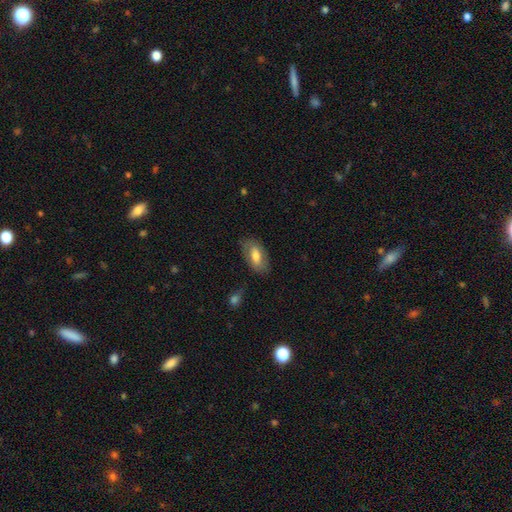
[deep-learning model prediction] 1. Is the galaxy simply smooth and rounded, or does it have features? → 63% smooth, 30% featured or disk, 6% star or artifact.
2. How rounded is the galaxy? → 90% in between, 6% cigar-shaped, 4% round.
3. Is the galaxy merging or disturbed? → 76% none, 17% minor disturbance, 5% major disturbance, 2% merger.